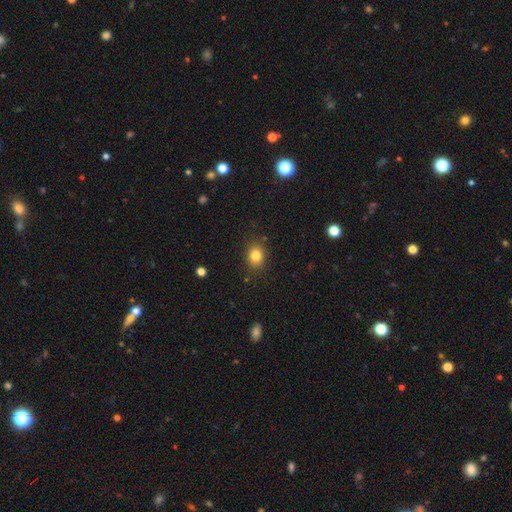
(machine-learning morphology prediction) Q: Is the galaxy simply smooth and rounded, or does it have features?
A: smooth — 82%.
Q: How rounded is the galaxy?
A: round — 52%.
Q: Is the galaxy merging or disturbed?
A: none — 86%.